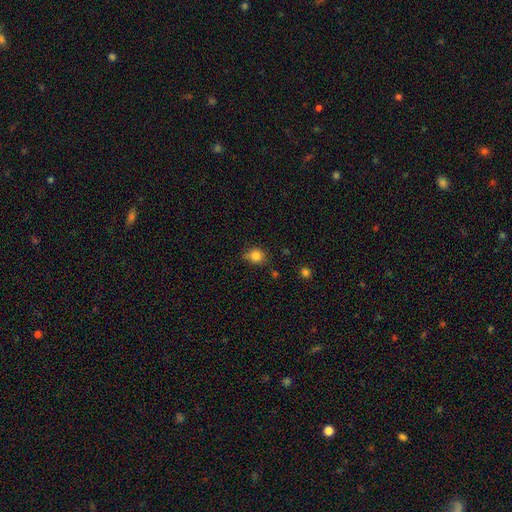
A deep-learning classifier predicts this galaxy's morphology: type=smooth (83%); roundness=round (82%); merging=none (68%).